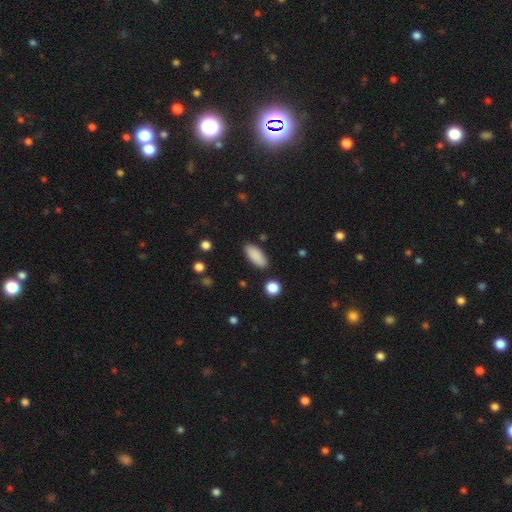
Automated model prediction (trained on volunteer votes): Smooth or featured? smooth (89%)
How rounded? in between (83%)
Merging? none (87%)